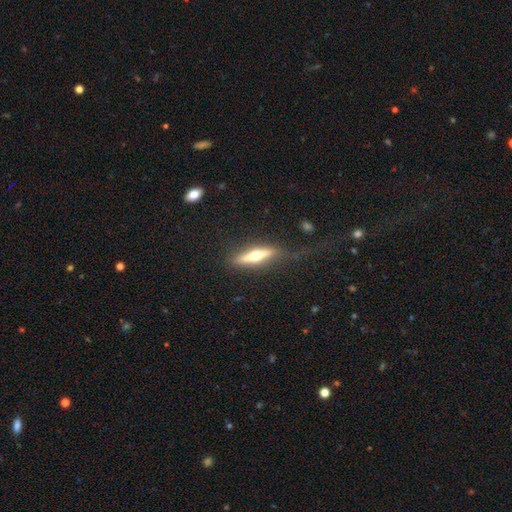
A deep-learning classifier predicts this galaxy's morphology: featured or disk 58%, smooth 37%, star or artifact 6%. Down the decision tree: edge-on disk — yes (93%); edge-on bulge — rounded (93%); merging — none (76%).